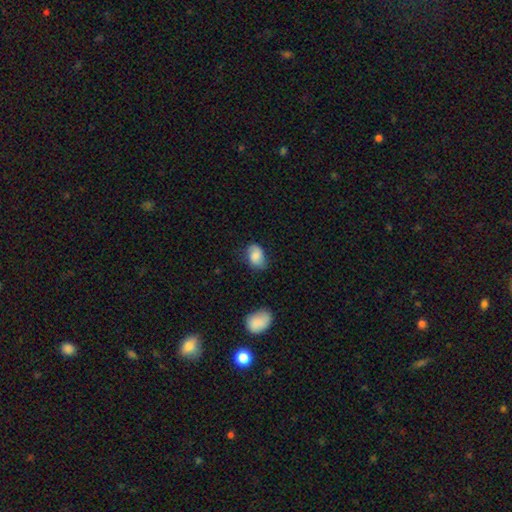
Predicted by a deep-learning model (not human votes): A smooth galaxy with no disk features (80%) that is in between round and cigar-shaped (82%). Merging: none (61%).